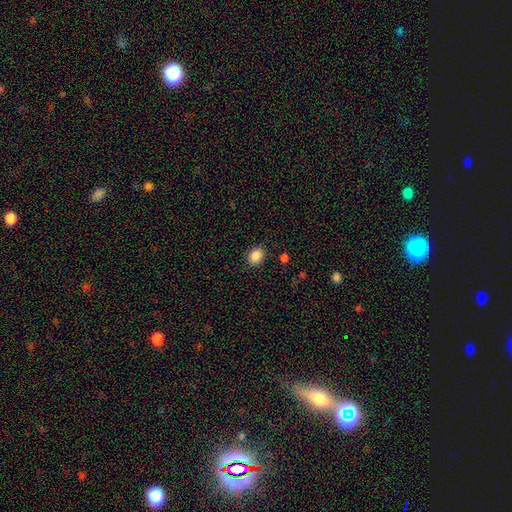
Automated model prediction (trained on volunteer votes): smooth 88%, star or artifact 9%, featured or disk 3%. Down the decision tree: how rounded — round (51%); merging — none (85%).